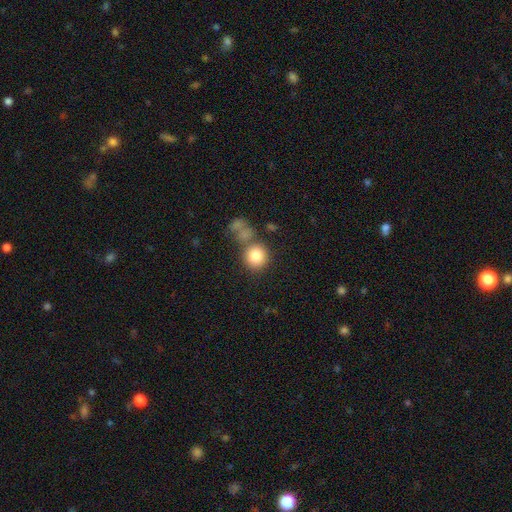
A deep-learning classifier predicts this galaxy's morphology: This appears to be a smooth galaxy with no disk features (82%) that is round (89%). Merging: none (66%).